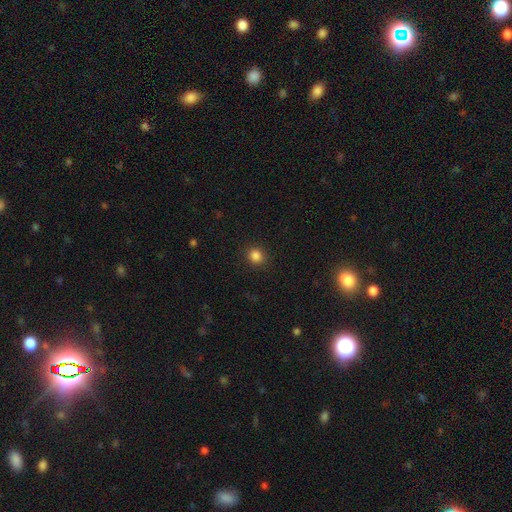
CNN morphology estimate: A smooth galaxy with no disk features (85%) that is round (85%). Merging: none (90%).